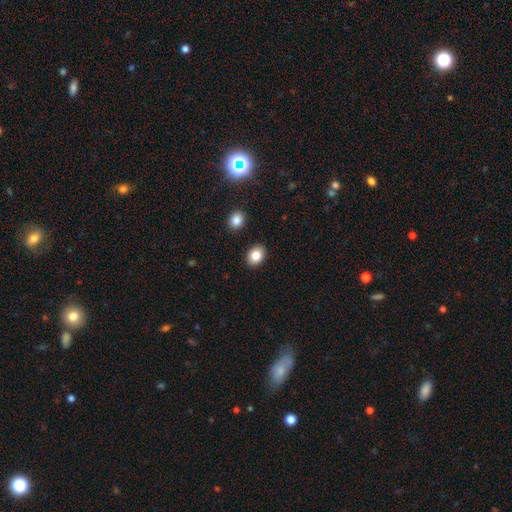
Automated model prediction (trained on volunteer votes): The model was most divided on "how rounded": in between: 65%, round: 34%, cigar-shaped: 1%. More confident: merging — none (89%); smooth or featured — smooth (84%).